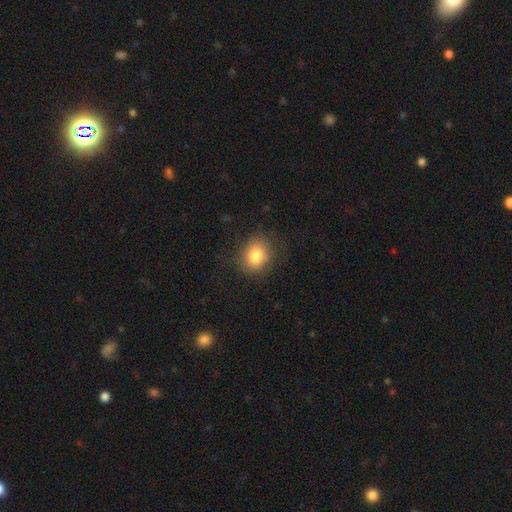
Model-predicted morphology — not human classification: Smooth or featured: smooth — 81% (star or artifact — 10%)
How rounded: round — 61% (in between — 38%)
Merging: none — 83% (minor disturbance — 12%)